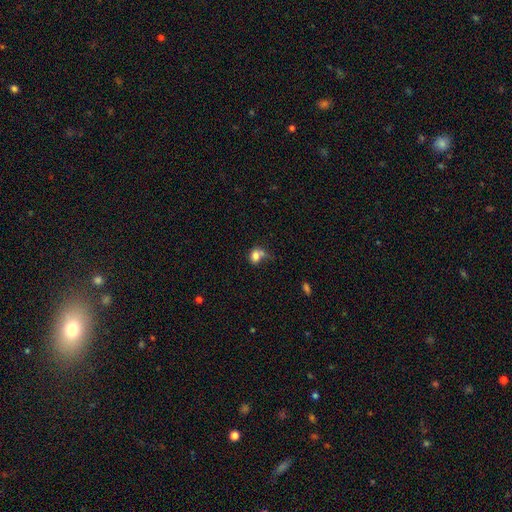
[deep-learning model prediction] Overall: smooth (76%). How rounded: in between (55%; round 44%). Merging: merger (29%, tied with none).